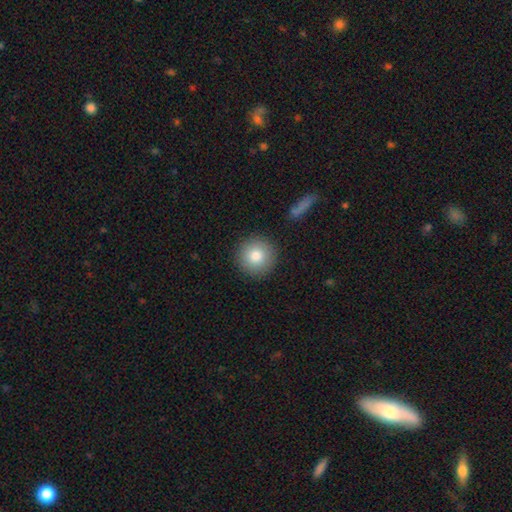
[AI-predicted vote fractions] Smooth or featured? smooth (81%)
How rounded? round (95%)
Merging? none (90%)